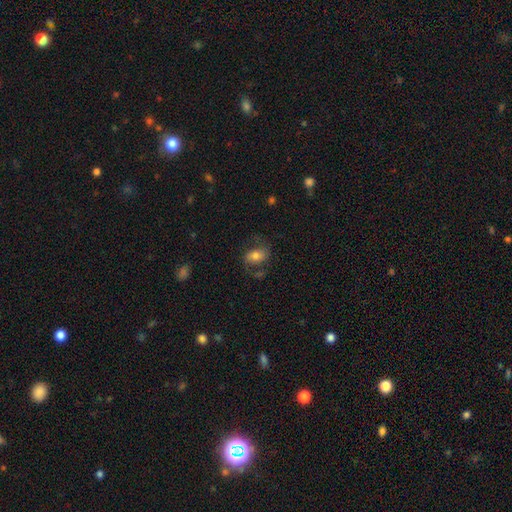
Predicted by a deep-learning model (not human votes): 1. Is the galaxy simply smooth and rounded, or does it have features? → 55% smooth, 36% featured or disk, 9% star or artifact.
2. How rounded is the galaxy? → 81% in between, 17% round, 2% cigar-shaped.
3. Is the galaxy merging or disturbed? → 61% none, 21% minor disturbance, 15% major disturbance, 4% merger.